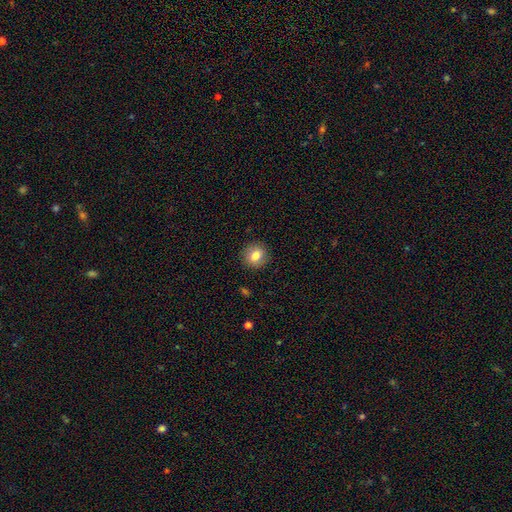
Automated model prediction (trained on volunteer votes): Overall: smooth (82%). How rounded: round (87%). Merging: none (90%).